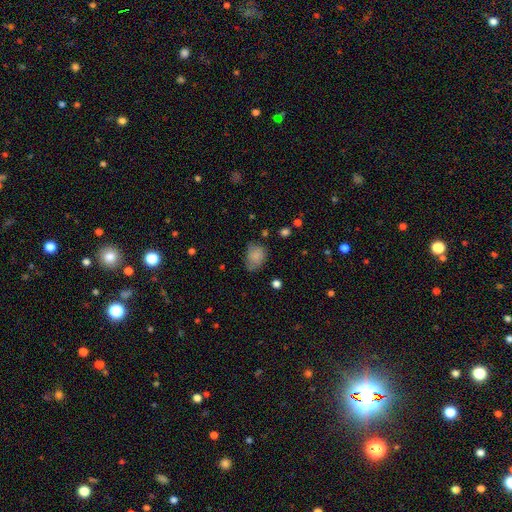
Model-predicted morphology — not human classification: Q: Smooth or featured?
A: smooth (80%); runner-up: featured or disk (11%)
Q: How rounded?
A: in between (63%); runner-up: round (36%)
Q: Merging?
A: none (55%); runner-up: minor disturbance (33%)